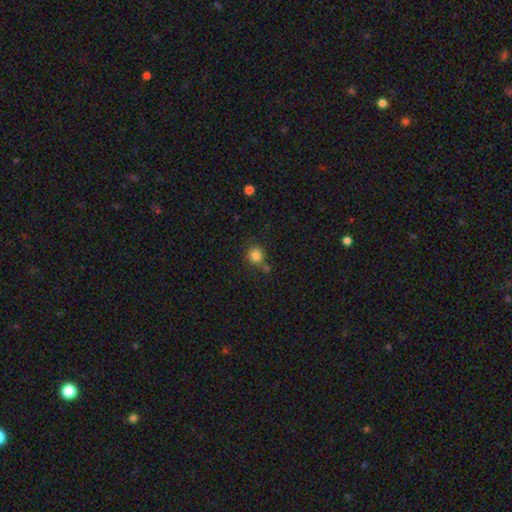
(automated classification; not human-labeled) Smooth or featured?
  - smooth: 83% *
  - star or artifact: 11%
  - featured or disk: 6%
How rounded?
  - round: 86% *
  - in between: 13%
  - cigar-shaped: 1%
Merging?
  - none: 68% *
  - merger: 14%
  - minor disturbance: 13%
  - major disturbance: 4%